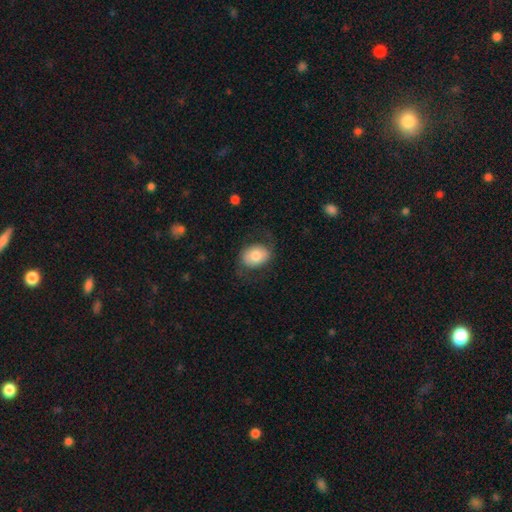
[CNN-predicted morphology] type=smooth (64%); roundness=in between (58%); merging=none (68%).